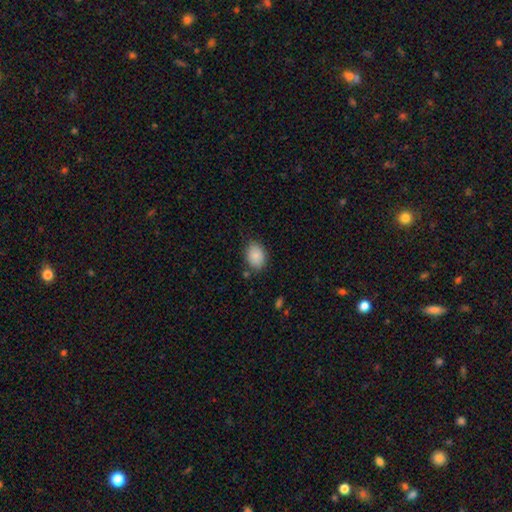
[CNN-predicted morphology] This is clearly a smooth galaxy (88%). How rounded: likely in between (73%). Merging: likely none (80%).